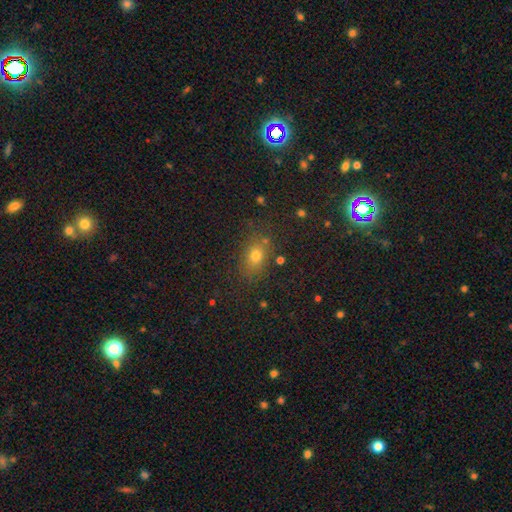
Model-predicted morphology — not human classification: Smooth or featured: smooth — 72% (star or artifact — 18%)
How rounded: in between — 62% (round — 36%)
Merging: none — 78% (minor disturbance — 14%)